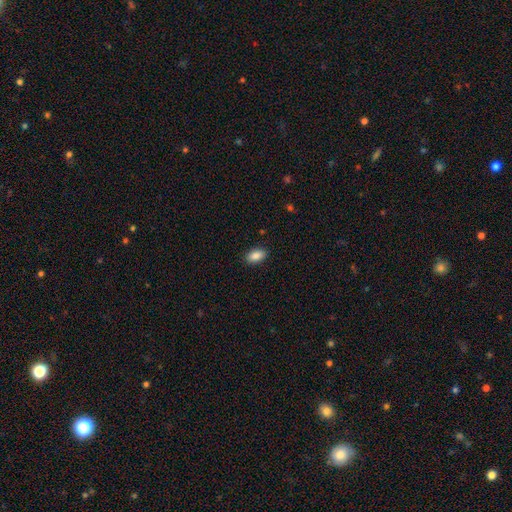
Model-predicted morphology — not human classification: Overall: smooth (88%). How rounded: in between (93%). Merging: none (89%).